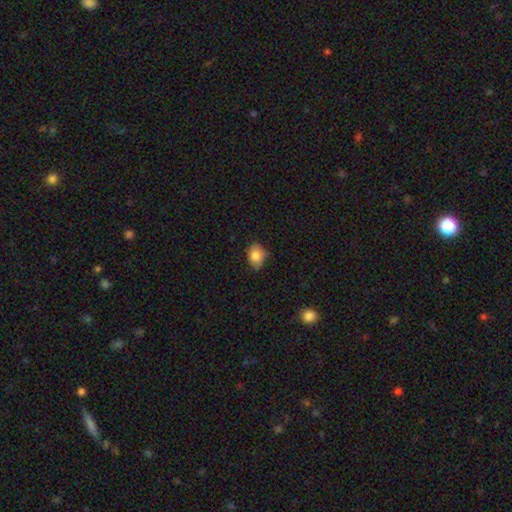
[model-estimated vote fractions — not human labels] Smooth or featured: smooth — 83% (featured or disk — 9%)
How rounded: in between — 64% (round — 35%)
Merging: none — 69% (minor disturbance — 26%)